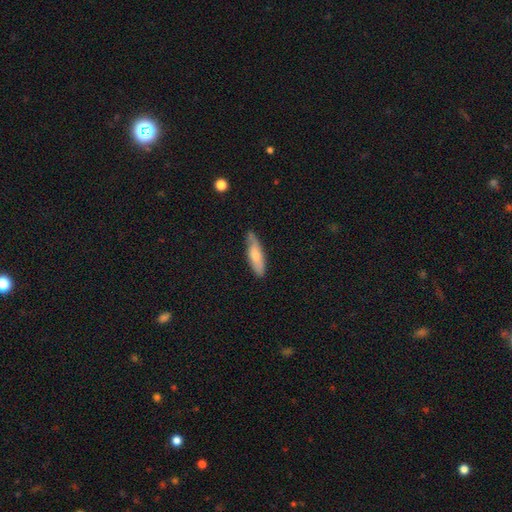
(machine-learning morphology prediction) smooth-or-featured: smooth: 68% | featured or disk: 27% | star or artifact: 5%
  how-rounded: cigar-shaped: 62% | in between: 36% | round: 2%
  merging: none: 75% | minor disturbance: 20% | major disturbance: 3% | merger: 2%